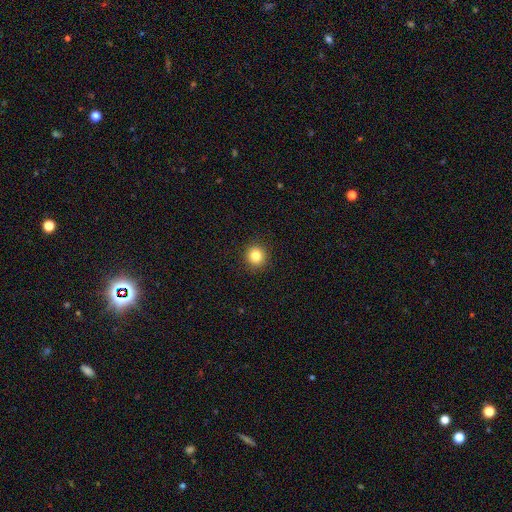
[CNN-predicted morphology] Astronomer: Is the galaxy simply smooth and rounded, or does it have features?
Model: smooth — 83%.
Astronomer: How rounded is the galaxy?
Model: round — 93%.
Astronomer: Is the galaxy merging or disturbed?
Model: none — 92%.